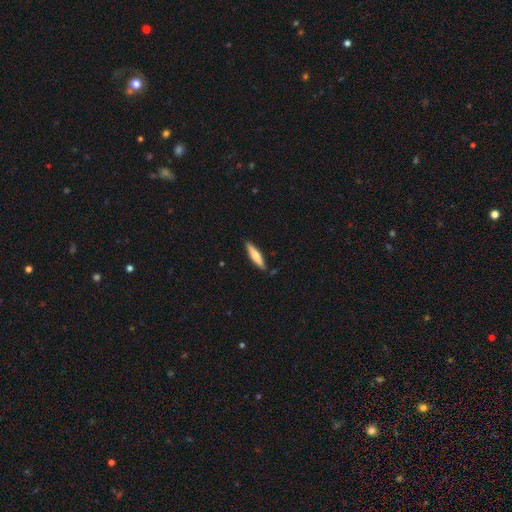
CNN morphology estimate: A smooth galaxy with no disk features (67%) that is cigar-shaped (84%). Merging: none (86%).